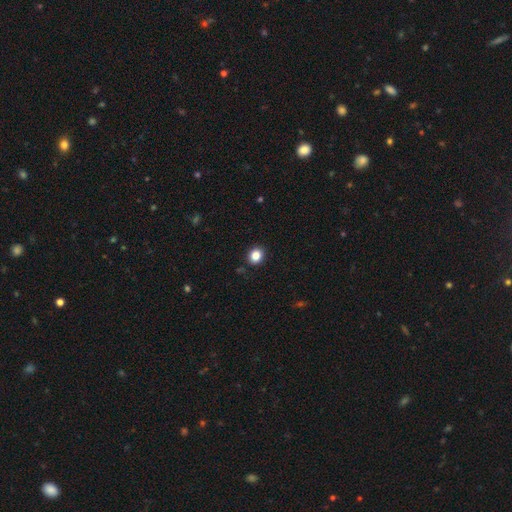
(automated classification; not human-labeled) The model was most divided on "how rounded": round: 72%, in between: 27%, cigar-shaped: 1%. More confident: merging — none (90%); smooth or featured — smooth (85%).